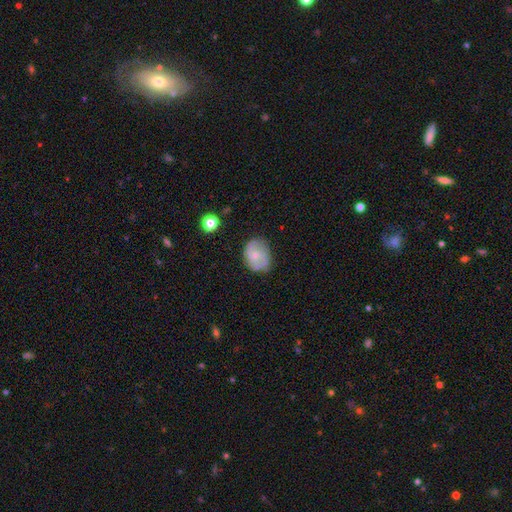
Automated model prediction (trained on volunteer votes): Smooth or featured?
  - featured or disk: 49% *
  - smooth: 43%
  - star or artifact: 8%
Merging?
  - none: 69% *
  - minor disturbance: 22%
  - major disturbance: 6%
  - merger: 2%